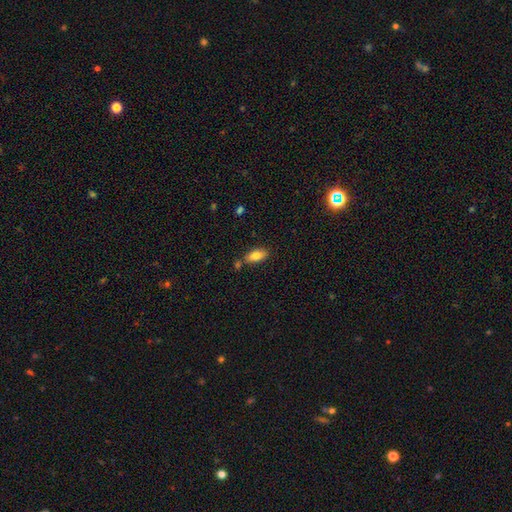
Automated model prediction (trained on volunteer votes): Q: Smooth or featured?
A: smooth (82%); runner-up: featured or disk (11%)
Q: How rounded?
A: in between (89%); runner-up: cigar-shaped (8%)
Q: Merging?
A: none (71%); runner-up: minor disturbance (14%)